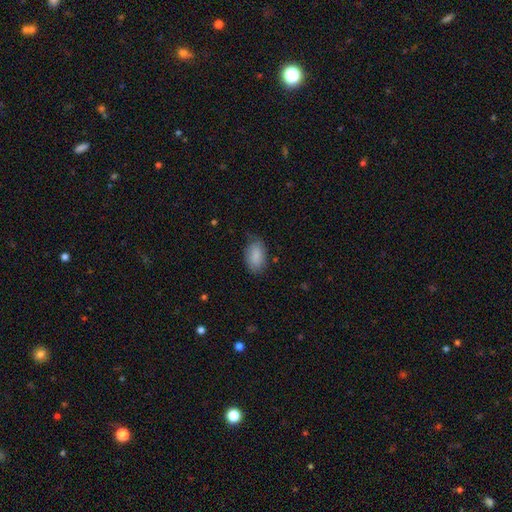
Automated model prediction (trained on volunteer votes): A smooth galaxy with no disk features (87%) that is in between round and cigar-shaped (92%). Merging: none (71%).